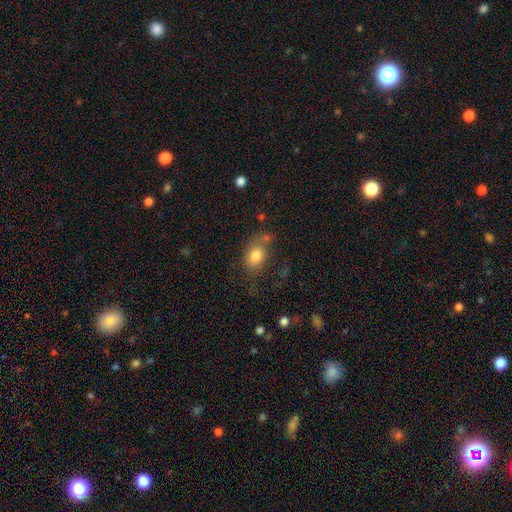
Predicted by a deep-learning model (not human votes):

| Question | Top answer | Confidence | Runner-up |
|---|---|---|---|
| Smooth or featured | smooth | 80% | star or artifact (10%) |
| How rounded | in between | 59% | round (40%) |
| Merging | none | 55% | minor disturbance (21%) |